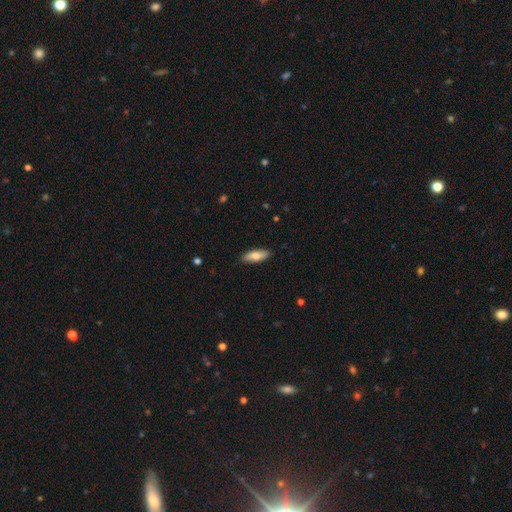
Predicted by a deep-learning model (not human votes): This appears to be a smooth galaxy with no disk features (80%) that is in between round and cigar-shaped (68%). Merging: none (88%).